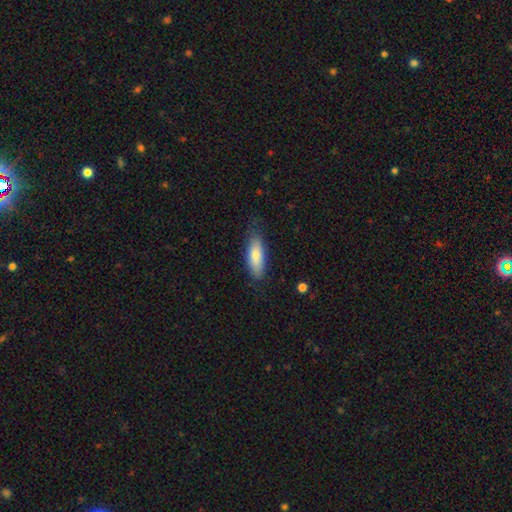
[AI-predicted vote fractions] A smooth galaxy with no disk features (80%) that is in between round and cigar-shaped (67%). Merging: none (75%).